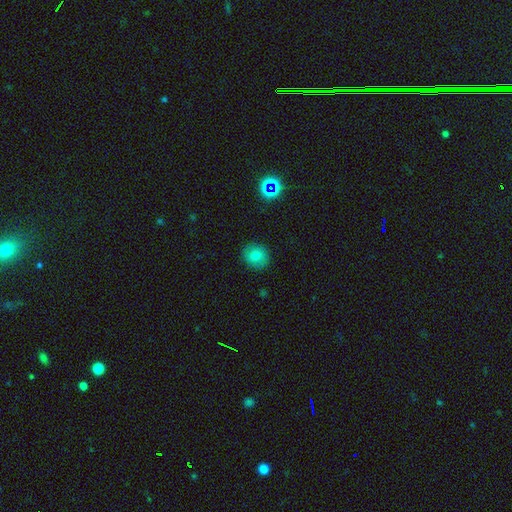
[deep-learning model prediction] smooth-or-featured: smooth: 77% | star or artifact: 13% | featured or disk: 10%
  how-rounded: round: 85% | in between: 14% | cigar-shaped: 1%
  merging: none: 89% | minor disturbance: 8% | major disturbance: 2% | merger: 1%